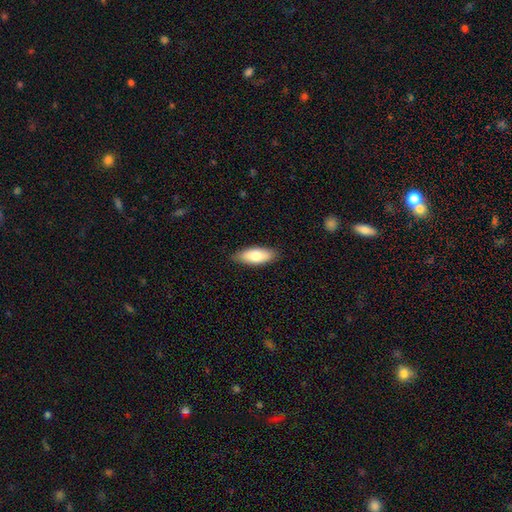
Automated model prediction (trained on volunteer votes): Q: Smooth or featured?
A: smooth (80%); runner-up: featured or disk (14%)
Q: How rounded?
A: in between (77%); runner-up: cigar-shaped (21%)
Q: Merging?
A: none (86%); runner-up: minor disturbance (11%)